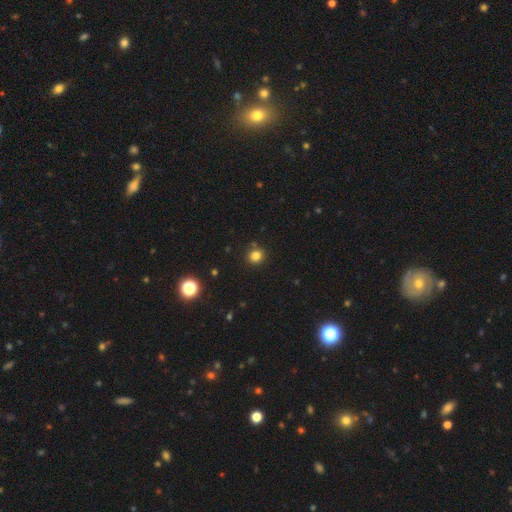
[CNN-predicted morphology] Smooth or featured? Predicted: smooth (p=0.81). How rounded? Predicted: round (p=0.87). Merging? Predicted: none (p=0.87).